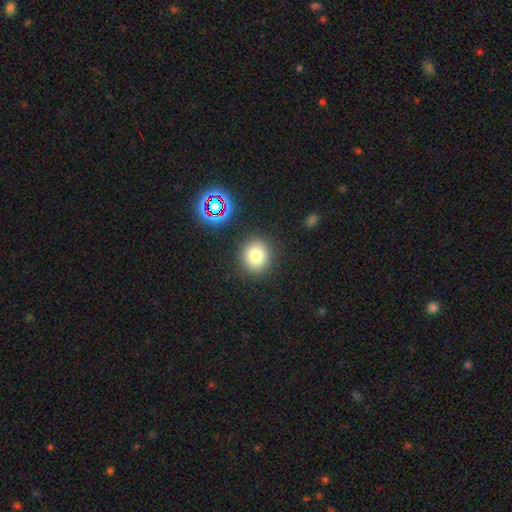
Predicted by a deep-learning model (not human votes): Smooth or featured? smooth (77%)
How rounded? round (85%)
Merging? none (88%)